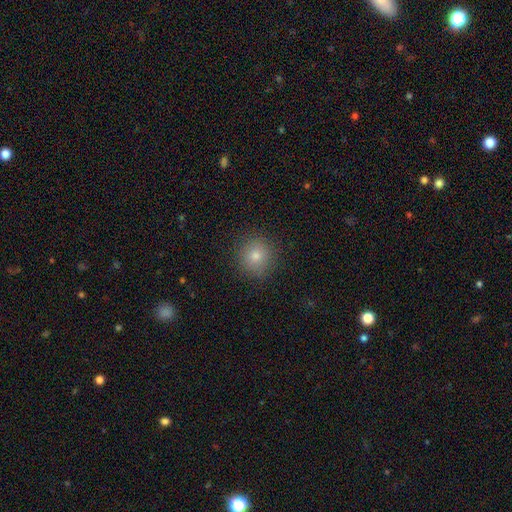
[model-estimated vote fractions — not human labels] Smooth or featured: smooth — 77% (star or artifact — 14%)
How rounded: round — 93% (in between — 6%)
Merging: none — 90% (minor disturbance — 7%)